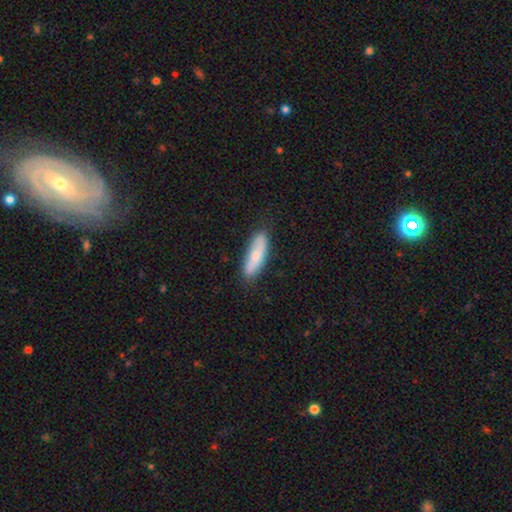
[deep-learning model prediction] This appears to be a smooth galaxy with no disk features (73%) that is cigar-shaped (61%). Merging: none (82%).